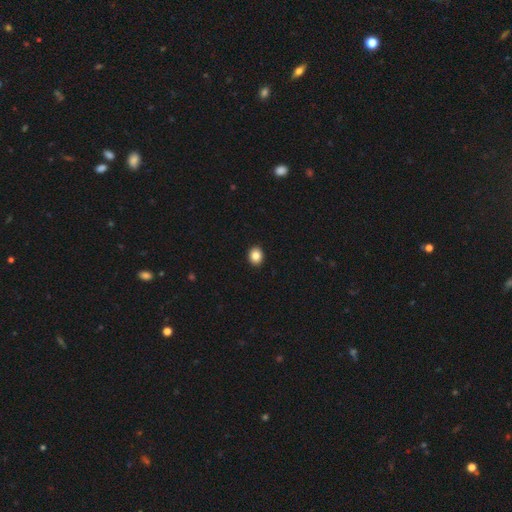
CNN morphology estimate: smooth-or-featured: smooth: 86% | star or artifact: 9% | featured or disk: 5%
  how-rounded: round: 61% | in between: 39% | cigar-shaped: 1%
  merging: none: 93% | minor disturbance: 5% | major disturbance: 1% | merger: 1%